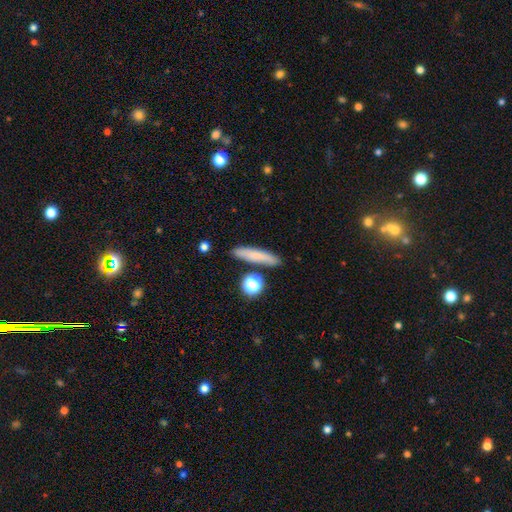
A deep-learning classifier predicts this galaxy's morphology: smooth 76%, featured or disk 16%, star or artifact 8%. Down the decision tree: how rounded — cigar-shaped (84%); merging — none (84%).